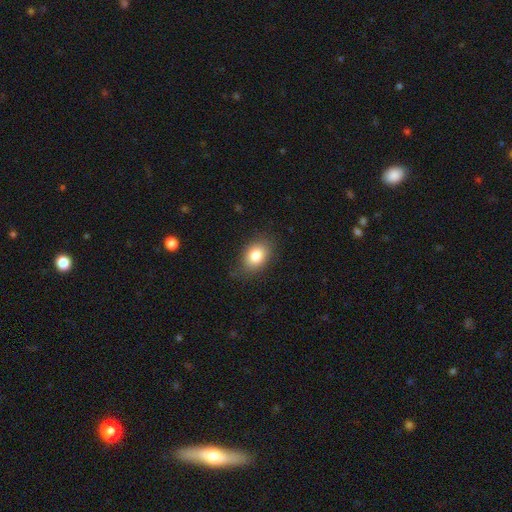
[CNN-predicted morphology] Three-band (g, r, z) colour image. It shows a smooth galaxy with no disk features (82%) that is in between round and cigar-shaped (75%). Merging: none (80%).